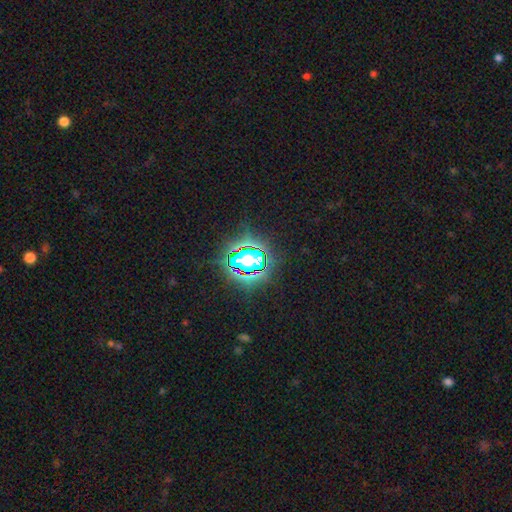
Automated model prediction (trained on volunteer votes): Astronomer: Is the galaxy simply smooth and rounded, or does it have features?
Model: star or artifact — 71%.